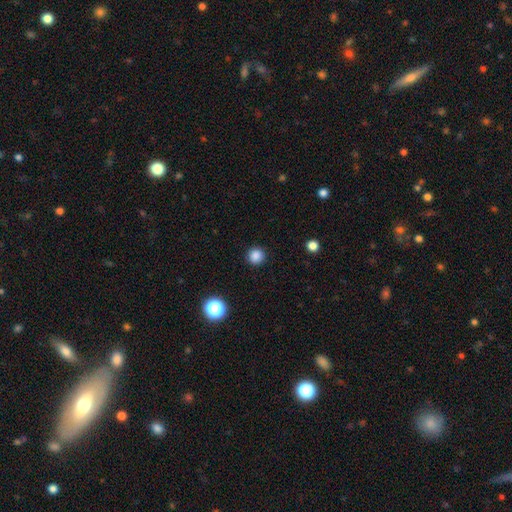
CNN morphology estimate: smooth 85%, star or artifact 12%, featured or disk 3%. Down the decision tree: how rounded — round (95%); merging — none (92%).